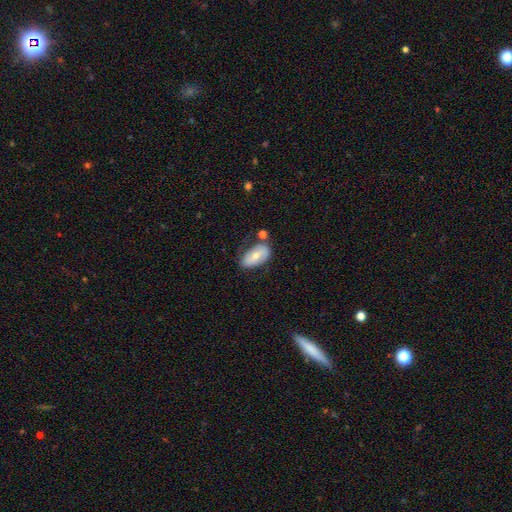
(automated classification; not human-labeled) Overall: smooth (56%; featured or disk 37%). How rounded: in between (92%). Merging: none (58%; minor disturbance 25%).